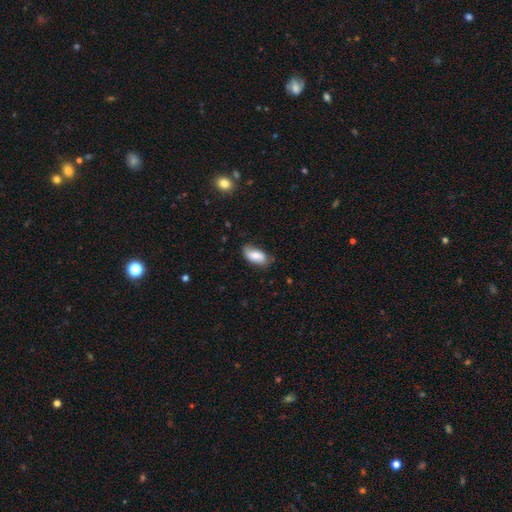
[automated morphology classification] Q: Smooth or featured?
A: smooth (76%); runner-up: featured or disk (17%)
Q: How rounded?
A: in between (90%); runner-up: cigar-shaped (7%)
Q: Merging?
A: none (61%); runner-up: minor disturbance (30%)